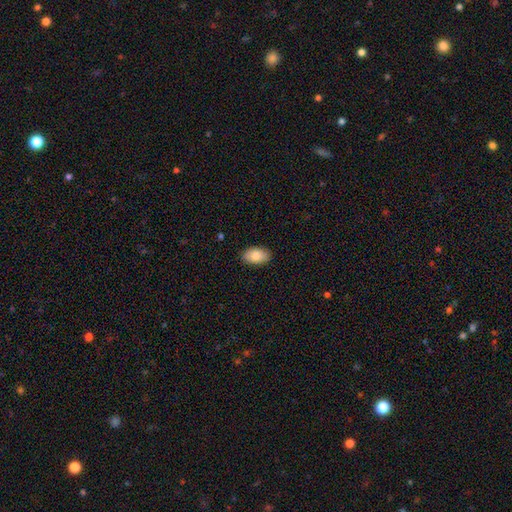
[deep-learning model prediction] Smooth or featured: smooth — 85% (featured or disk — 9%)
How rounded: in between — 94% (round — 5%)
Merging: none — 88% (minor disturbance — 9%)